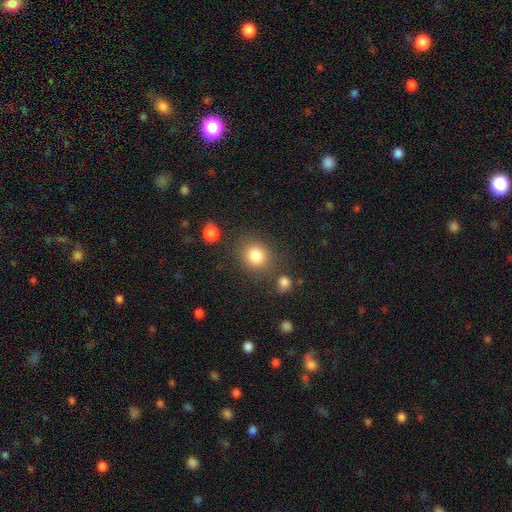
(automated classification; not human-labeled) Smooth or featured?
  - smooth: 83% *
  - star or artifact: 11%
  - featured or disk: 7%
How rounded?
  - round: 78% *
  - in between: 21%
  - cigar-shaped: 1%
Merging?
  - none: 78% *
  - minor disturbance: 11%
  - merger: 7%
  - major disturbance: 4%